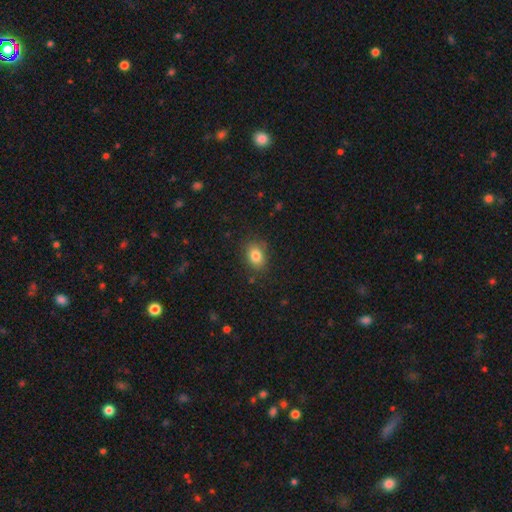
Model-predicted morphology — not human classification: This appears to be a smooth galaxy with no disk features (83%) that is in between round and cigar-shaped (61%). Merging: none (82%).